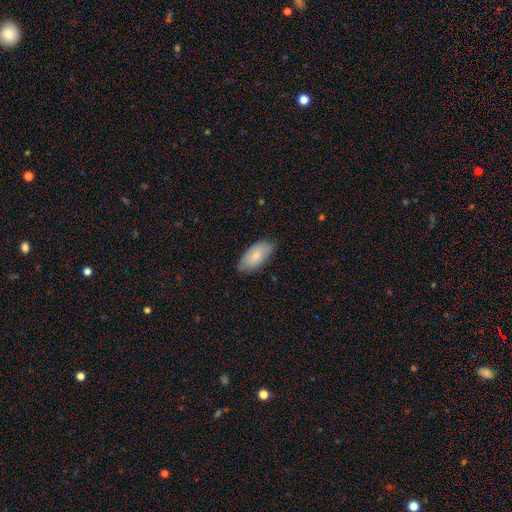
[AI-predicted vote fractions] A smooth galaxy with no disk features (81%) that is in between round and cigar-shaped (93%).

Vote fractions:
- Smooth or featured? smooth: 81% / featured or disk: 14% / star or artifact: 6%
- How rounded? in between: 93% / cigar-shaped: 5% / round: 2%
- Merging? none: 82% / minor disturbance: 15% / major disturbance: 2% / merger: 1%